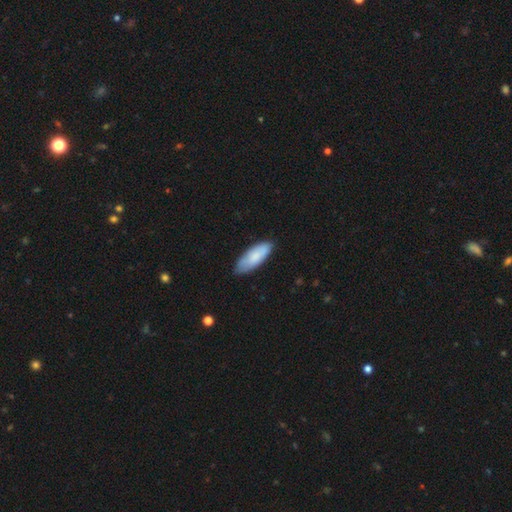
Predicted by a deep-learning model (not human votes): A smooth galaxy with no disk features (83%) that is in between round and cigar-shaped (71%).

Vote fractions:
- Smooth or featured? smooth: 83% / featured or disk: 12% / star or artifact: 5%
- How rounded? in between: 71% / cigar-shaped: 27% / round: 2%
- Merging? none: 79% / minor disturbance: 17% / major disturbance: 3% / merger: 1%